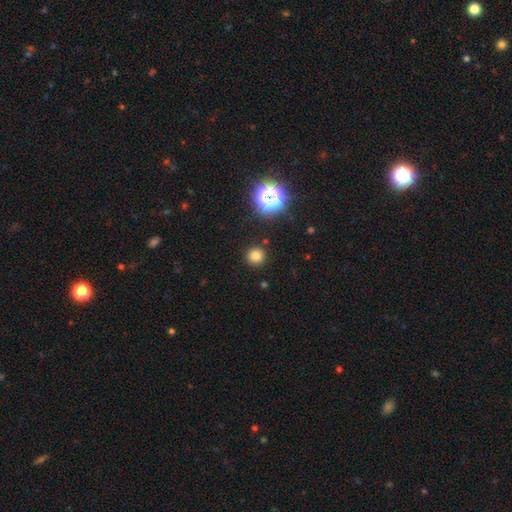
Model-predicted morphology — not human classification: This appears to be a smooth galaxy with no disk features (78%) that is round (95%). Merging: none (90%).